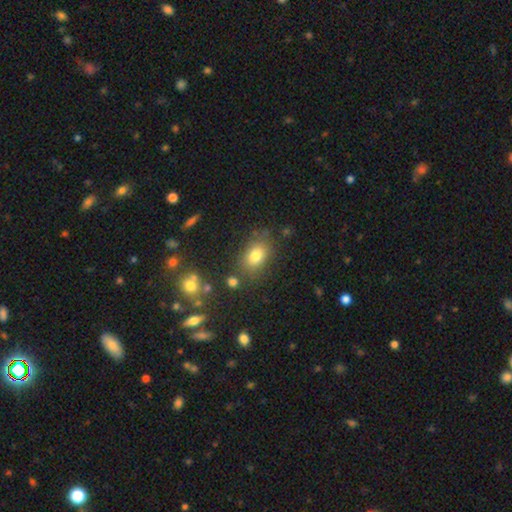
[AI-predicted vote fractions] A smooth galaxy with no disk features (79%) that is in between round and cigar-shaped (76%). Merging: none (75%).